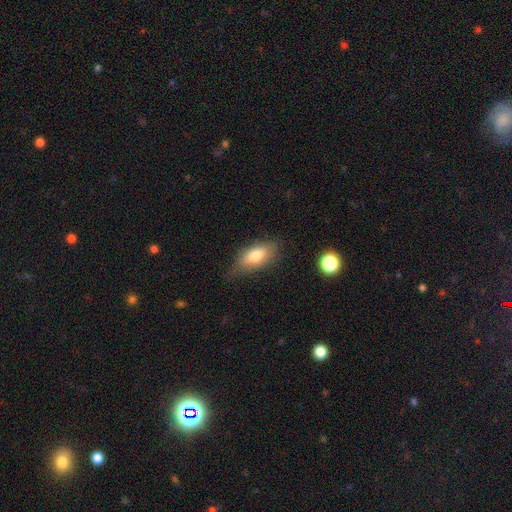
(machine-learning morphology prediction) smooth_or_featured: smooth (p=0.78) [alt: featured or disk p=0.15]
how_rounded: in between (p=0.85) [alt: cigar-shaped p=0.11]
merging: none (p=0.66) [alt: minor disturbance p=0.25]